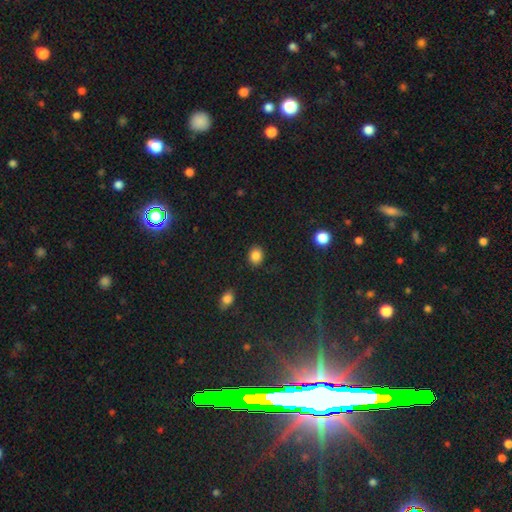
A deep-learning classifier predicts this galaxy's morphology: Smooth or featured? smooth (86%)
How rounded? round (64%)
Merging? none (88%)